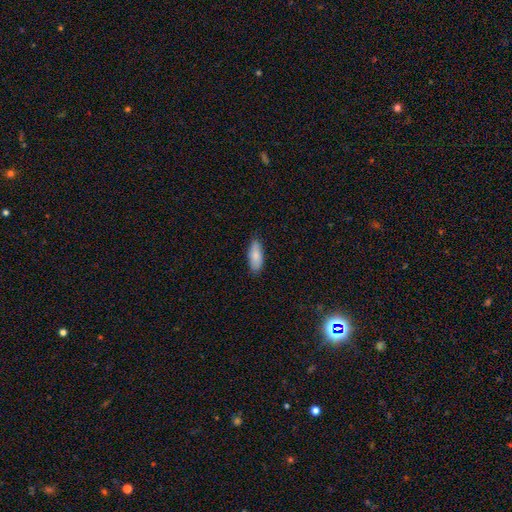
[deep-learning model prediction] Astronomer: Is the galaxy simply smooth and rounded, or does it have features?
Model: smooth — 84%.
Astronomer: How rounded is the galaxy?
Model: in between — 78%.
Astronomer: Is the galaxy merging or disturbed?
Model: none — 83%.